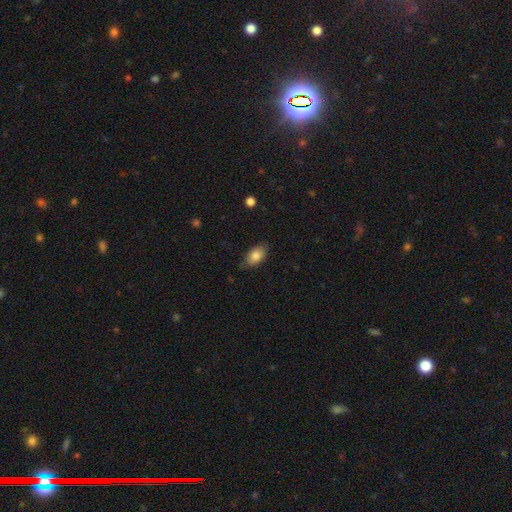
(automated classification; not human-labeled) Morphology: type=smooth (83%); roundness=in between (91%); merging=none (78%).